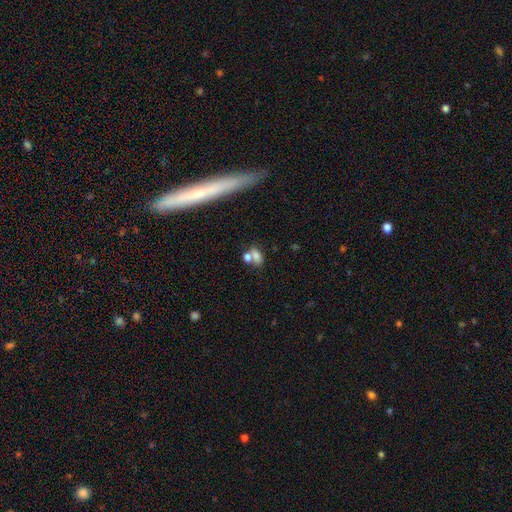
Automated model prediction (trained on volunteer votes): Smooth or featured? smooth (72%)
How rounded? in between (74%)
Merging? merger (43%)